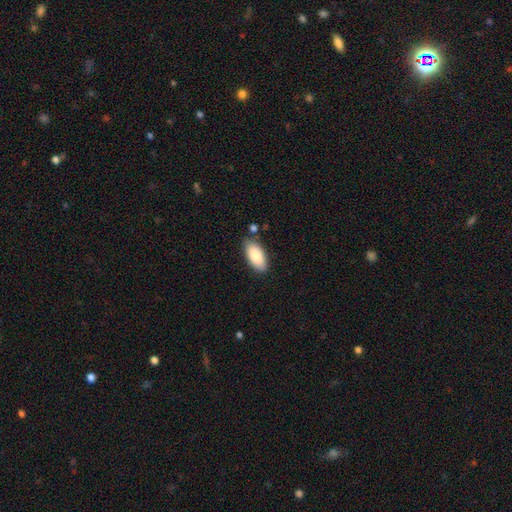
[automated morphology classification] The model was most divided on "merging": none: 79%, minor disturbance: 14%, merger: 4%, major disturbance: 3%. More confident: how rounded — in between (90%); smooth or featured — smooth (85%).